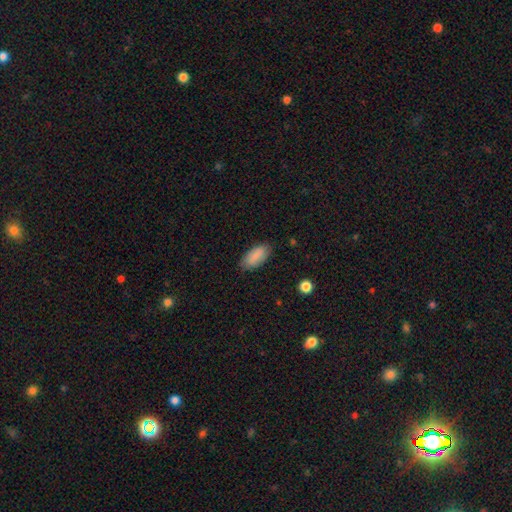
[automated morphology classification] A smooth galaxy with no disk features (87%) that is in between round and cigar-shaped (89%). Merging: none (81%).